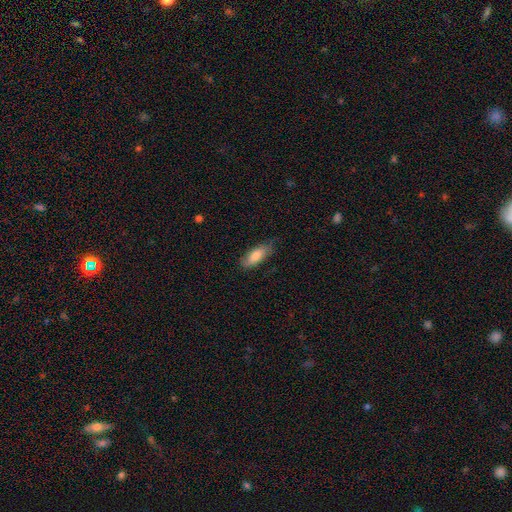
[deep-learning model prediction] Smooth or featured? smooth (78%)
How rounded? in between (71%)
Merging? none (70%)